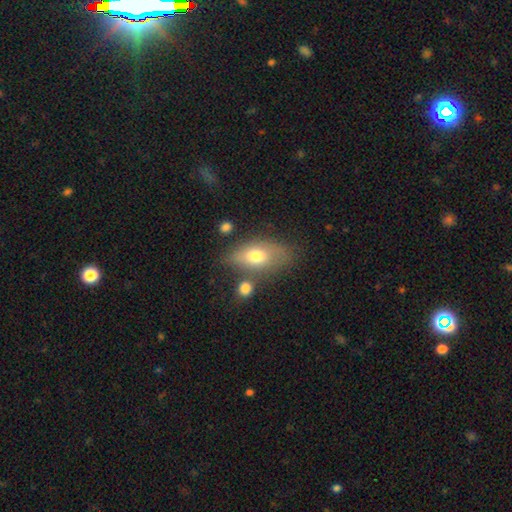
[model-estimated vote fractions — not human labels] A smooth galaxy with no disk features (69%) that is in between round and cigar-shaped (87%). Merging: none (61%).